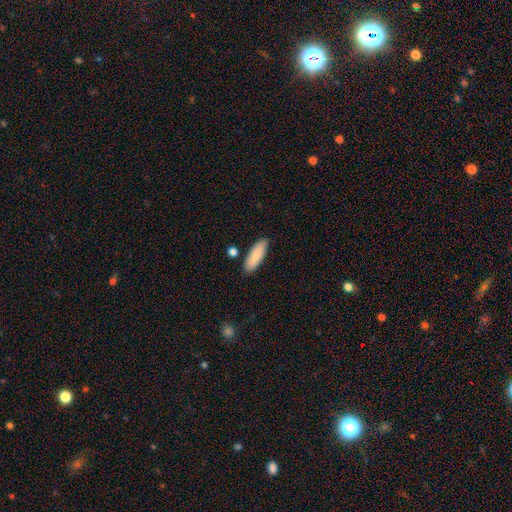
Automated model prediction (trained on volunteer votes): Smooth or featured? Predicted: smooth (p=0.85). How rounded? Predicted: in between (p=0.60). Merging? Predicted: none (p=0.85).